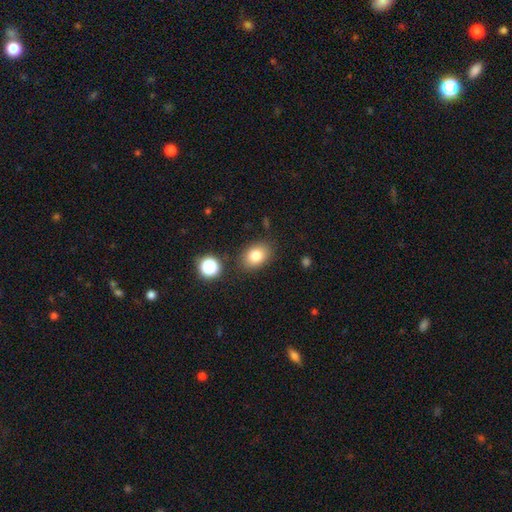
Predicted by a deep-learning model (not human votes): This is clearly a smooth galaxy (81%). How rounded: likely in between (69%). Merging: clearly none (82%).